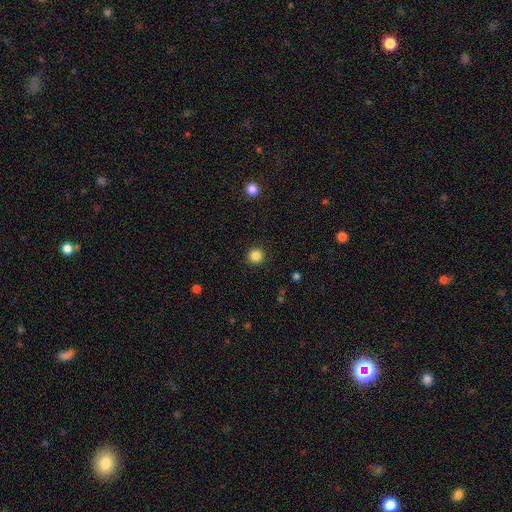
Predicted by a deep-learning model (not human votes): A smooth galaxy with no disk features (85%) that is round (95%). Merging: none (92%).